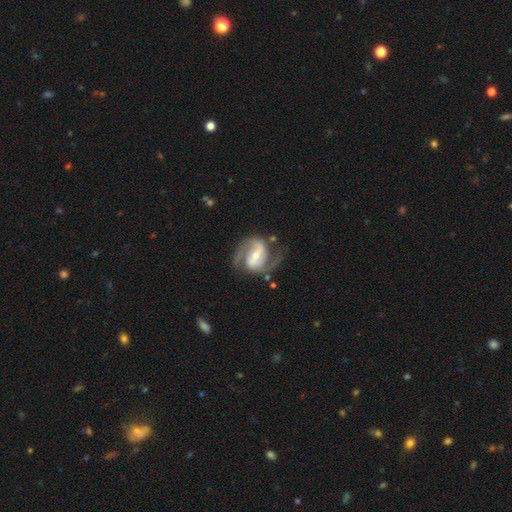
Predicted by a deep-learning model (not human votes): smooth_or_featured: featured or disk (p=0.90) [alt: smooth p=0.06]
disk_edge_on: no (p=0.98) [alt: yes p=0.02]
bar: strong (p=0.47) [alt: weak p=0.38]
has_spiral_arms: yes (p=0.97) [alt: no p=0.03]
spiral_winding: medium (p=0.58) [alt: loose p=0.23]
spiral_arm_count: 2 (p=0.92) [alt: can't tell p=0.02]
bulge_size: small (p=0.49) [alt: moderate p=0.43]
merging: none (p=0.70) [alt: minor disturbance p=0.16]